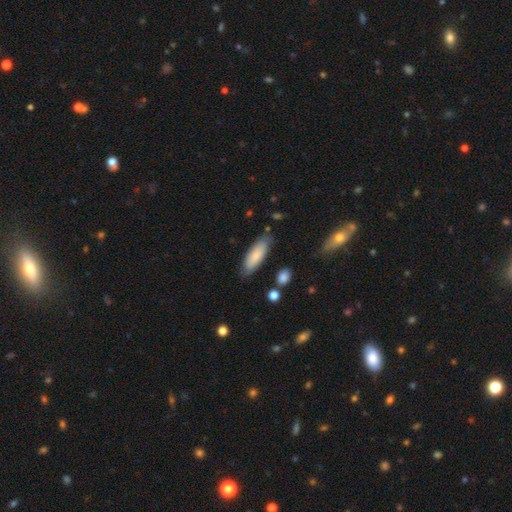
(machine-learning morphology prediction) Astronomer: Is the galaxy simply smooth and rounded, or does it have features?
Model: smooth — 82%.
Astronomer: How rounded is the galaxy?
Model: in between — 64%.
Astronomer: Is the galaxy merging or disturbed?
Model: none — 79%.